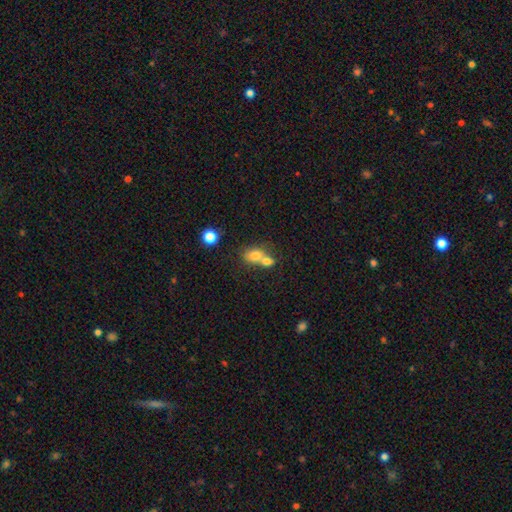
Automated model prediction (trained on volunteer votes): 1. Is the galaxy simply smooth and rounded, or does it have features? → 74% smooth, 15% featured or disk, 11% star or artifact.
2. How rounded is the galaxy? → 64% in between, 34% round, 2% cigar-shaped.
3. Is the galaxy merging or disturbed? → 64% merger, 25% none, 8% minor disturbance, 4% major disturbance.